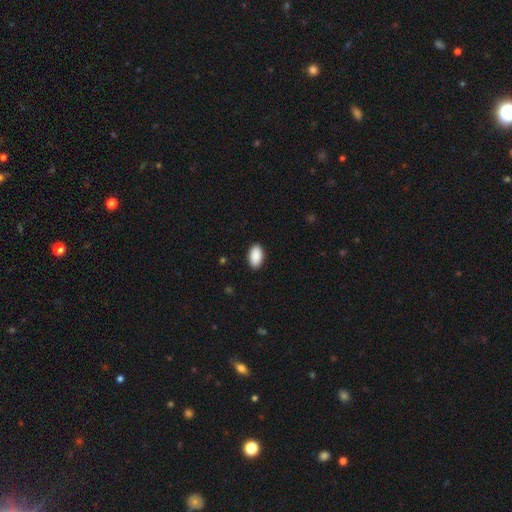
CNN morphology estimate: Q: Smooth or featured?
A: smooth (91%); runner-up: star or artifact (6%)
Q: How rounded?
A: in between (95%); runner-up: round (3%)
Q: Merging?
A: none (89%); runner-up: minor disturbance (8%)